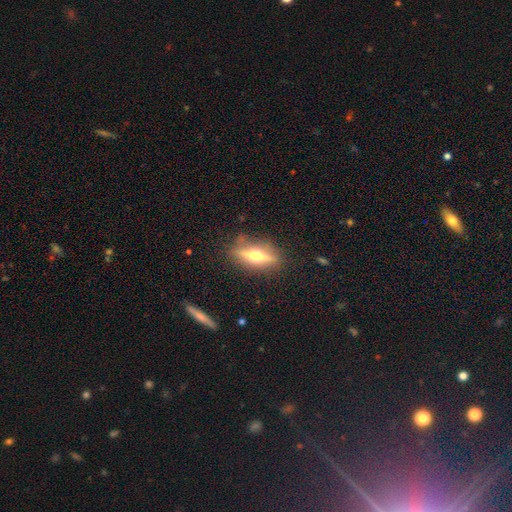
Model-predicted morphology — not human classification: Smooth or featured: featured or disk — 68% (smooth — 25%)
Edge-on disk: yes — 91% (no — 9%)
Edge-on bulge: rounded — 95% (boxy — 3%)
Merging: none — 83% (minor disturbance — 11%)